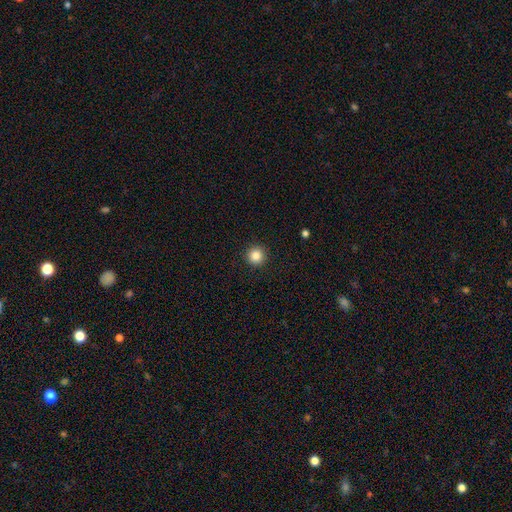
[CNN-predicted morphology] type=smooth (86%); roundness=round (96%); merging=none (92%).